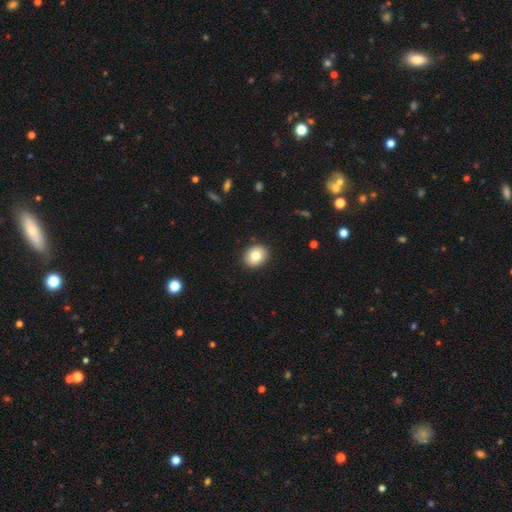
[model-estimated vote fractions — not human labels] Smooth or featured?
  - smooth: 82% *
  - featured or disk: 10%
  - star or artifact: 8%
How rounded?
  - round: 57% *
  - in between: 43%
  - cigar-shaped: 1%
Merging?
  - none: 91% *
  - minor disturbance: 7%
  - major disturbance: 2%
  - merger: 1%